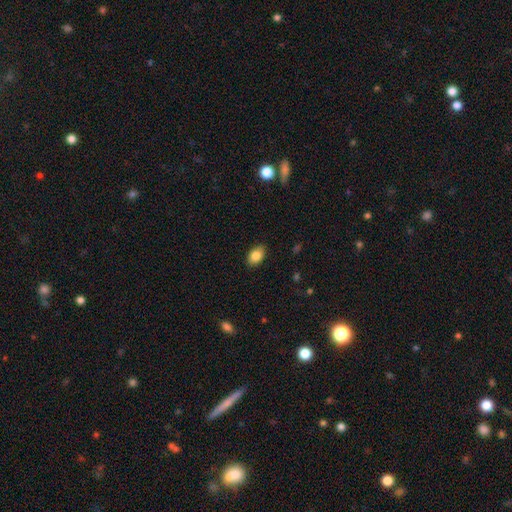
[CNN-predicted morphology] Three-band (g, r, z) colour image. It shows a smooth galaxy with no disk features (85%) that is in between round and cigar-shaped (87%). Merging: none (88%).